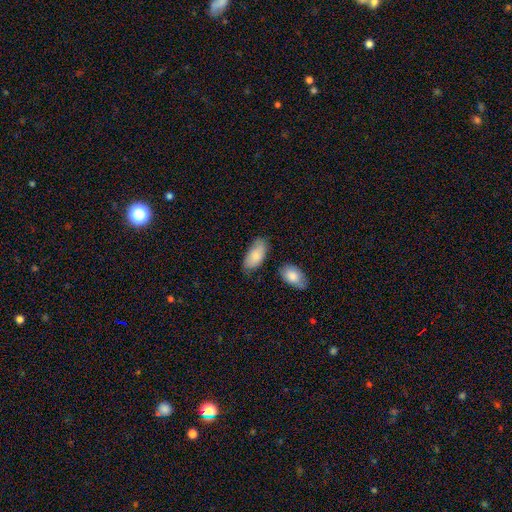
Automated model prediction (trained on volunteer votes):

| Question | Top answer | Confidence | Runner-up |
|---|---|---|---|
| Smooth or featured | smooth | 82% | featured or disk (12%) |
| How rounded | in between | 94% | cigar-shaped (4%) |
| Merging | none | 64% | minor disturbance (25%) |